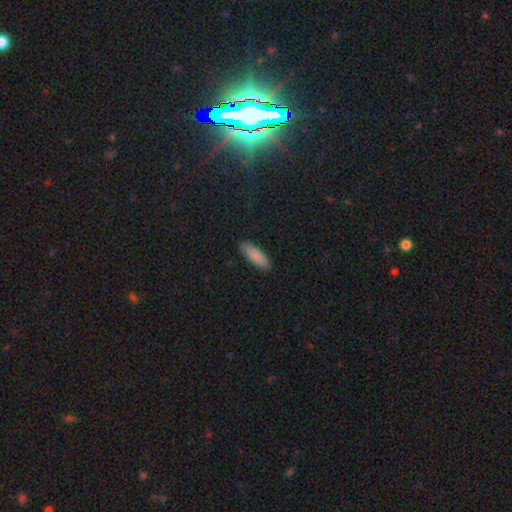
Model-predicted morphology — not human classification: Smooth or featured: smooth — 87% (featured or disk — 7%)
How rounded: in between — 61% (cigar-shaped — 37%)
Merging: none — 88% (minor disturbance — 9%)